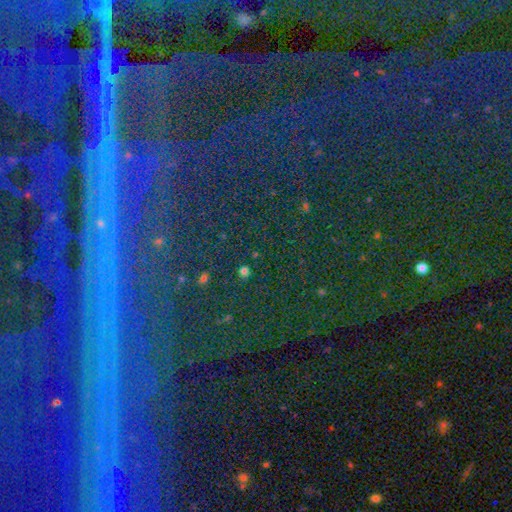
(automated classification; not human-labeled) Smooth or featured: star or artifact — 80% (featured or disk — 10%)